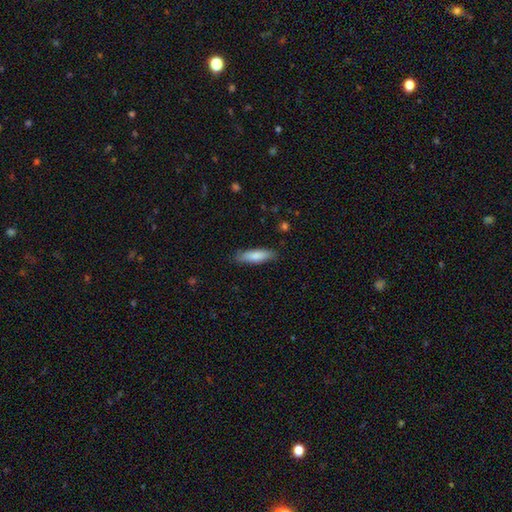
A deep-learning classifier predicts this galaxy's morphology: The model was most divided on "how rounded": cigar-shaped: 63%, in between: 36%, round: 2%. More confident: merging — none (85%); smooth or featured — smooth (81%).